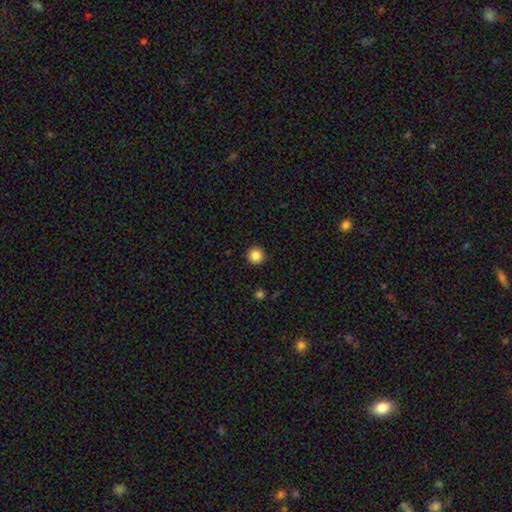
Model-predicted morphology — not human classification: A smooth galaxy with no disk features (85%) that is round (95%). Merging: none (92%).